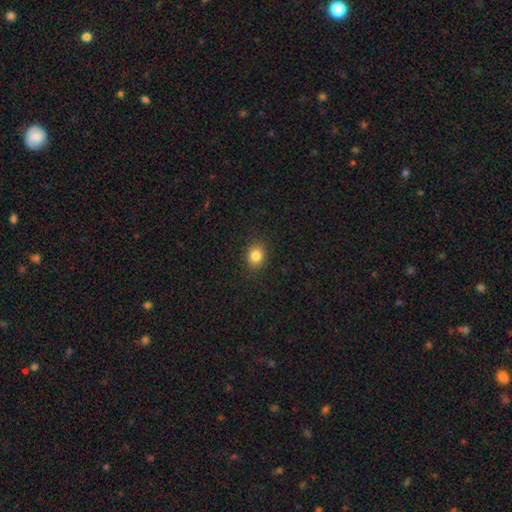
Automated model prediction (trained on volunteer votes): Smooth or featured?
  - smooth: 84% *
  - star or artifact: 11%
  - featured or disk: 5%
How rounded?
  - round: 62% *
  - in between: 37%
  - cigar-shaped: 1%
Merging?
  - none: 90% *
  - minor disturbance: 7%
  - major disturbance: 2%
  - merger: 1%